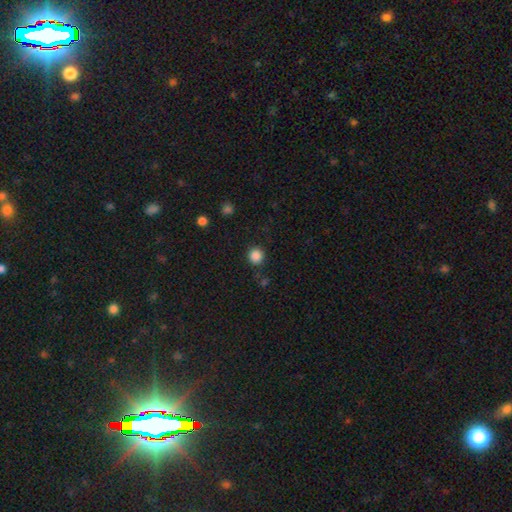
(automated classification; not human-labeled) Smooth or featured? Predicted: smooth (p=0.86). How rounded? Predicted: round (p=0.92). Merging? Predicted: none (p=0.87).